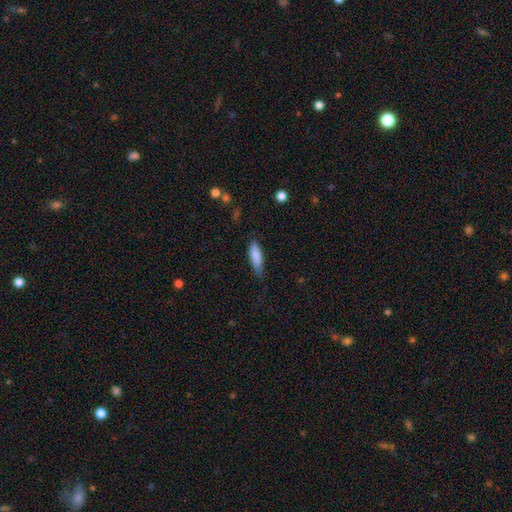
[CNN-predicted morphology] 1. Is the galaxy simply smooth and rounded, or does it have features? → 84% smooth, 10% featured or disk, 6% star or artifact.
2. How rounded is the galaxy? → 54% cigar-shaped, 44% in between, 2% round.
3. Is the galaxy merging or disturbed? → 70% none, 24% minor disturbance, 5% major disturbance, 2% merger.